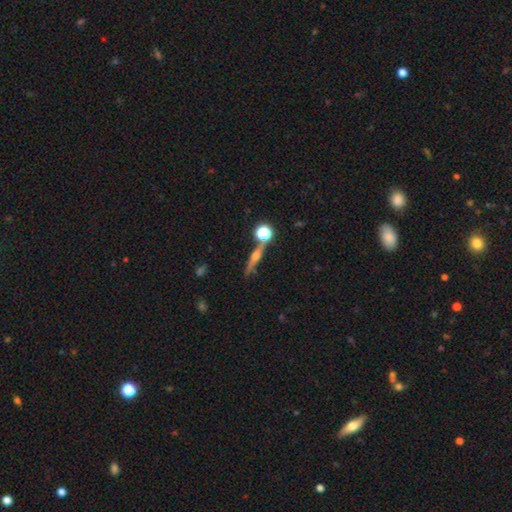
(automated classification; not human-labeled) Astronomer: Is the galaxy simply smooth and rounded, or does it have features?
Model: featured or disk — 60%.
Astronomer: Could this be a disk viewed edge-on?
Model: yes — 93%.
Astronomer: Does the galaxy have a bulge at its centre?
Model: rounded — 89%.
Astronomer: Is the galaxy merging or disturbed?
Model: none — 75%.